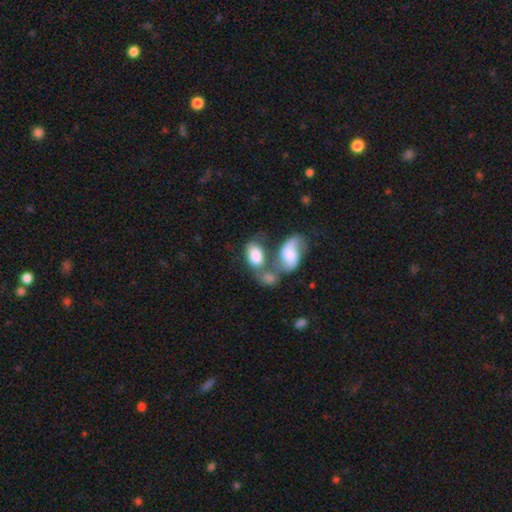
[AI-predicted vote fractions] smooth_or_featured: smooth (p=0.75) [alt: featured or disk p=0.19]
how_rounded: in between (p=0.91) [alt: round p=0.08]
merging: merger (p=0.57) [alt: none p=0.21]